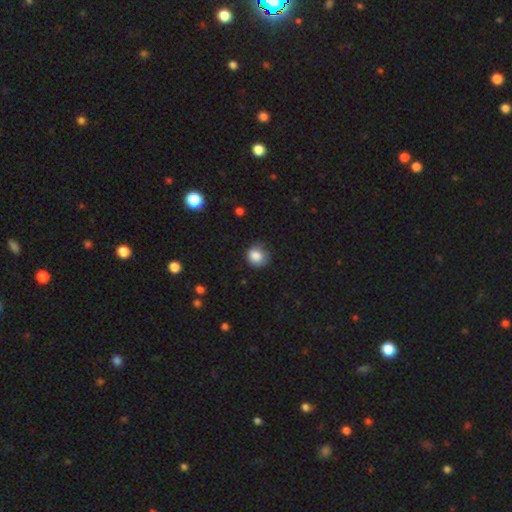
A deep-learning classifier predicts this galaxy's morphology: Smooth or featured? Predicted: smooth (p=0.84). How rounded? Predicted: round (p=0.86). Merging? Predicted: none (p=0.71).